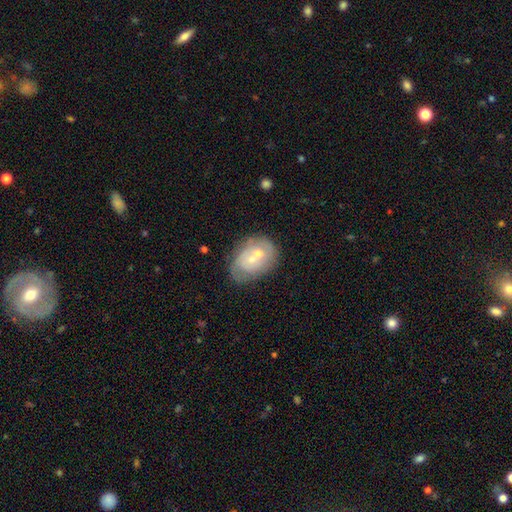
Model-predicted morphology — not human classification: Smooth or featured?
  - featured or disk: 56% *
  - smooth: 37%
  - star or artifact: 8%
Edge-on disk?
  - no: 96% *
  - yes: 4%
Bar?
  - no: 79% *
  - weak: 18%
  - strong: 3%
Spiral arms?
  - yes: 52% *
  - no: 48%
Bulge size?
  - small: 55% *
  - moderate: 39%
  - none: 3%
  - large: 2%
  - dominant: 1%
Merging?
  - none: 38% *
  - merger: 36%
  - minor disturbance: 18%
  - major disturbance: 8%